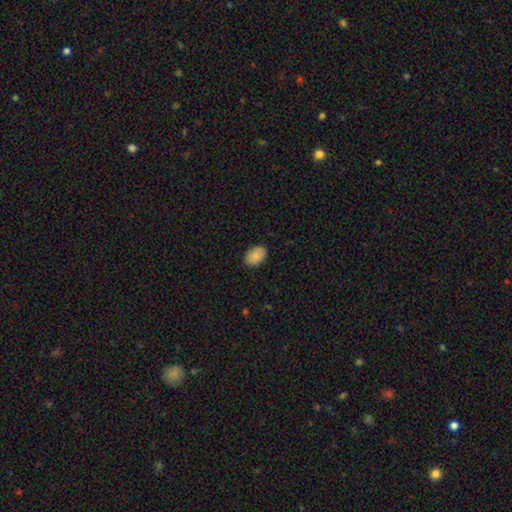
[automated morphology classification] Smooth or featured? smooth (89%)
How rounded? in between (87%)
Merging? none (87%)